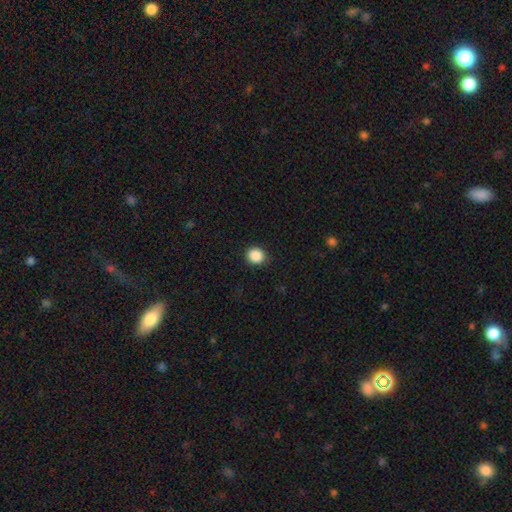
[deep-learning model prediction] smooth_or_featured: smooth (p=0.88) [alt: star or artifact p=0.09]
how_rounded: round (p=0.83) [alt: in between p=0.16]
merging: none (p=0.91) [alt: minor disturbance p=0.06]